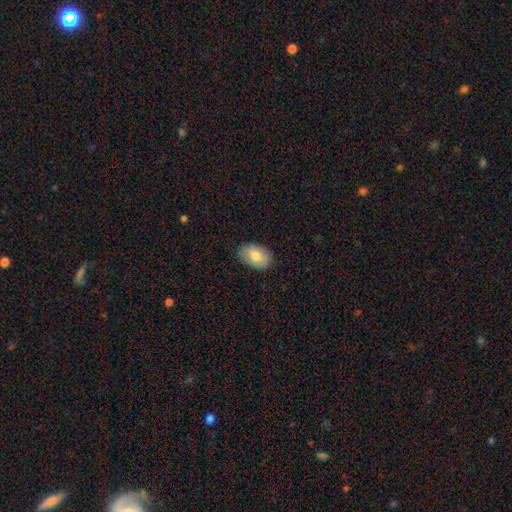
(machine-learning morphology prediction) type=smooth (77%); roundness=in between (89%); merging=none (84%).